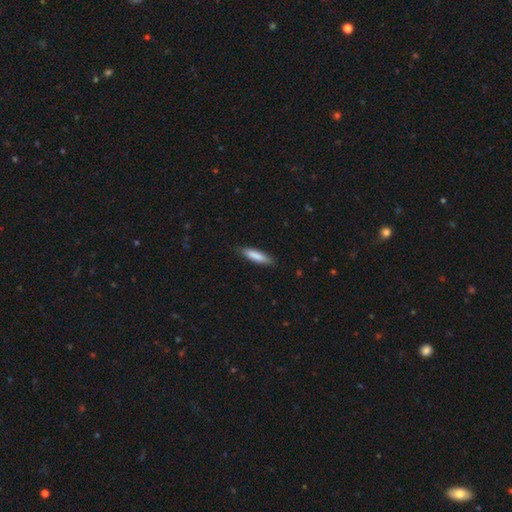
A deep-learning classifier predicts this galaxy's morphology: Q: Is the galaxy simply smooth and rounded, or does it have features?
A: smooth — 83%.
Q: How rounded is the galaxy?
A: cigar-shaped — 74%.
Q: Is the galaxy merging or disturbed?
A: none — 84%.